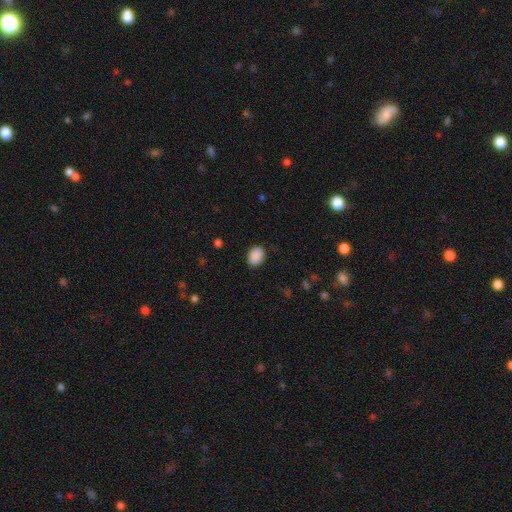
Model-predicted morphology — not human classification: Smooth or featured: smooth — 90% (star or artifact — 7%)
How rounded: in between — 73% (round — 26%)
Merging: none — 86% (minor disturbance — 10%)